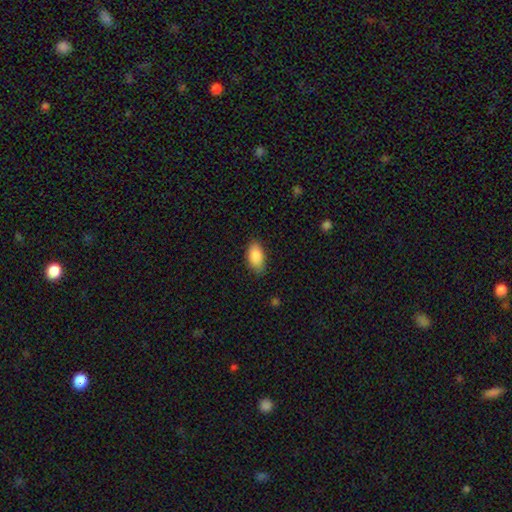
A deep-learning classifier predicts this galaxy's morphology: Overall: smooth (89%). How rounded: in between (93%). Merging: none (83%).